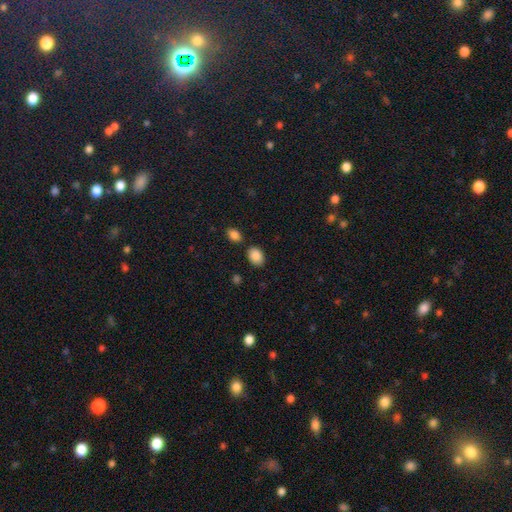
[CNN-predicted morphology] smooth-or-featured: smooth: 88% | star or artifact: 8% | featured or disk: 4%
  how-rounded: in between: 78% | round: 21% | cigar-shaped: 1%
  merging: none: 78% | minor disturbance: 12% | merger: 7% | major disturbance: 3%